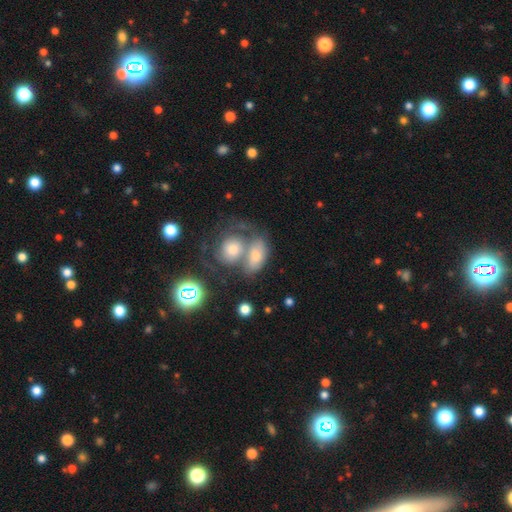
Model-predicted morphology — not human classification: smooth_or_featured: smooth (p=0.58) [alt: featured or disk p=0.31]
how_rounded: in between (p=0.79) [alt: round p=0.18]
merging: merger (p=0.55) [alt: none p=0.24]